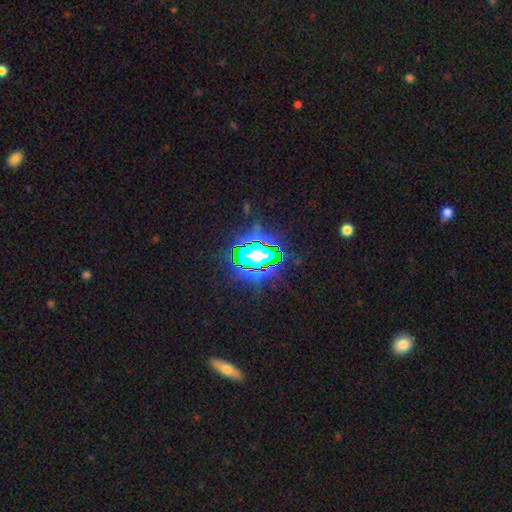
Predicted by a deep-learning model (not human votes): A star or artifact, not a galaxy (78%).